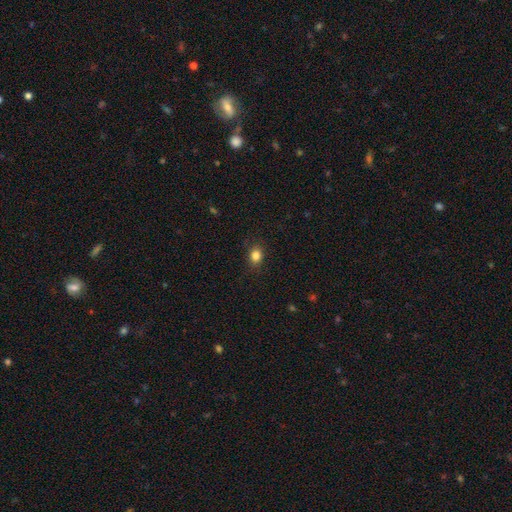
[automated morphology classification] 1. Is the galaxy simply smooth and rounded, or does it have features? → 84% smooth, 11% star or artifact, 5% featured or disk.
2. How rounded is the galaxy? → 53% round, 46% in between, 1% cigar-shaped.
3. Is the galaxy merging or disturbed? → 86% none, 10% minor disturbance, 3% major disturbance, 1% merger.